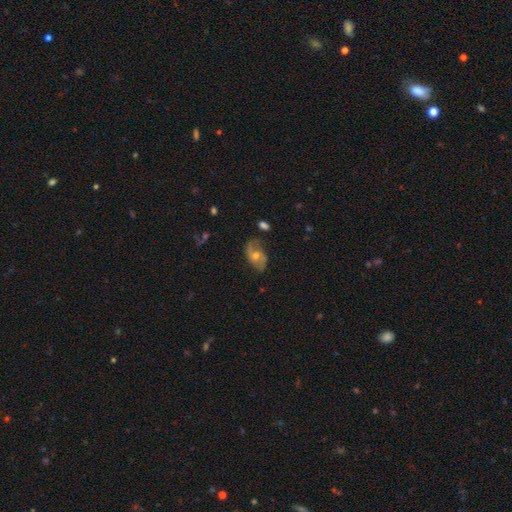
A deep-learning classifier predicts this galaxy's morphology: The model was most divided on "spiral winding": loose: 43%, medium: 40%, tight: 17%. More confident: edge-on disk — no (95%); spiral arms — yes (86%); spiral arm count — 2 (84%); merging — none (72%); smooth or featured — featured or disk (70%); bulge size — moderate (64%); bar — no (60%).